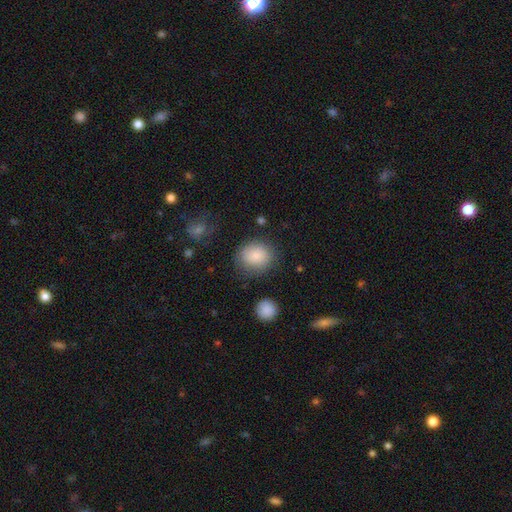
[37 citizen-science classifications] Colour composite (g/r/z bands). It shows a smooth galaxy with no disk features (95%) that is round (80%). Merging: none (78%).